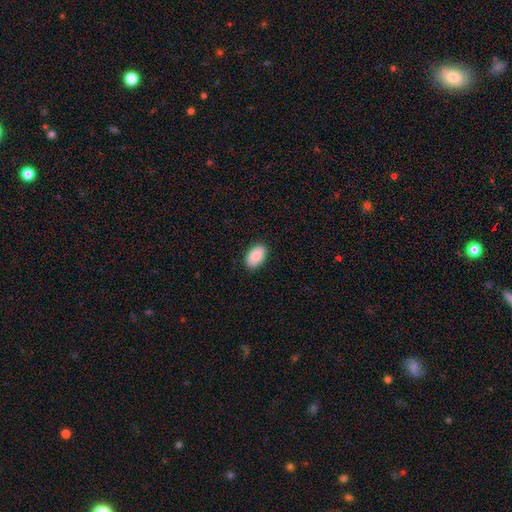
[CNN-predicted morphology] Smooth or featured? Predicted: smooth (p=0.90). How rounded? Predicted: in between (p=0.94). Merging? Predicted: none (p=0.88).